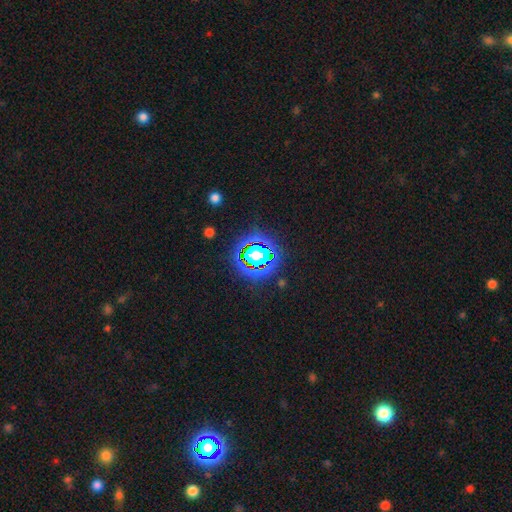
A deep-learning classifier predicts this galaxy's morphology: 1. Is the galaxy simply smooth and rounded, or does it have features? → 58% star or artifact, 28% smooth, 15% featured or disk.